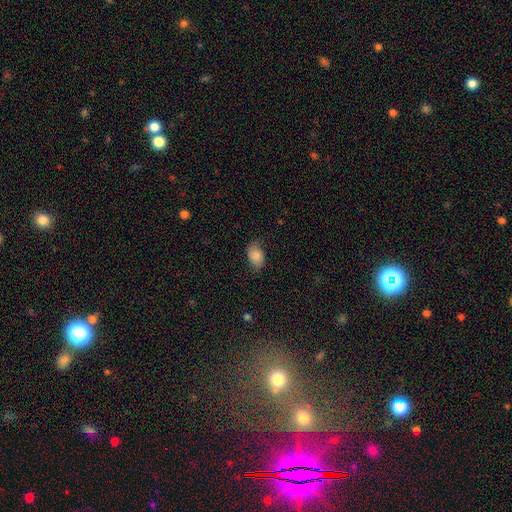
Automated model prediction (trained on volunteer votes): A smooth galaxy with no disk features (83%) that is in between round and cigar-shaped (86%).

Vote fractions:
- Smooth or featured? smooth: 83% / featured or disk: 10% / star or artifact: 8%
- How rounded? in between: 86% / round: 12% / cigar-shaped: 1%
- Merging? none: 74% / minor disturbance: 20% / major disturbance: 5% / merger: 1%